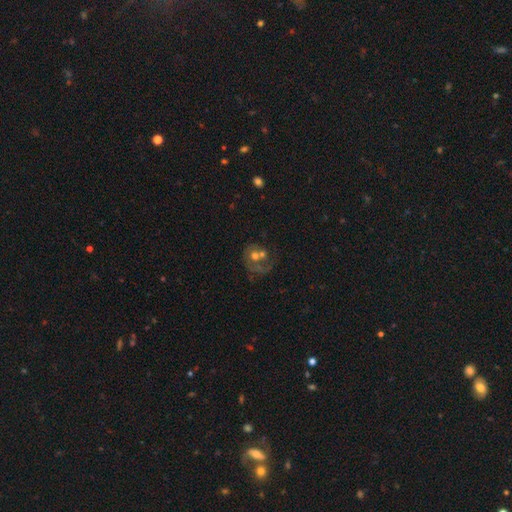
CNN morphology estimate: Overall: featured or disk (58%; smooth 32%). Edge-on disk: no (98%). Bar: no (86%). Spiral arms: no (56%; yes 44%). Bulge size: moderate (65%). Merging: merger (39%; none 28%).